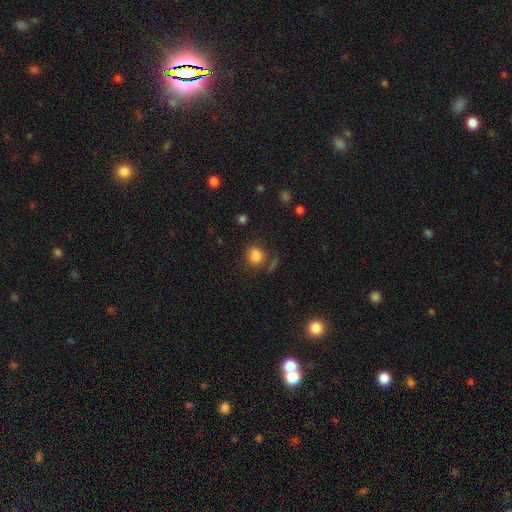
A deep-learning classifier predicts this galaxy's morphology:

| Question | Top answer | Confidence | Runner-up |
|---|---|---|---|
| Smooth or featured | smooth | 82% | star or artifact (11%) |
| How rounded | round | 63% | in between (36%) |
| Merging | none | 64% | minor disturbance (17%) |